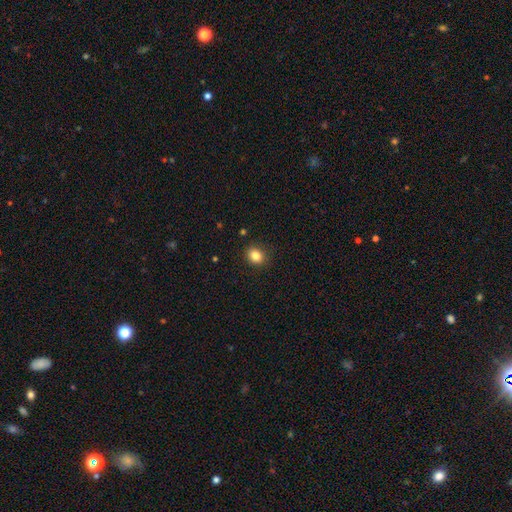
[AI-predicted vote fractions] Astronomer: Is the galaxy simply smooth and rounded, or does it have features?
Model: smooth — 84%.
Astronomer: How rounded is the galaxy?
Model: round — 59% (runner-up: in between, 40%).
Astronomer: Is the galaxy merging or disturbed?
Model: none — 88%.